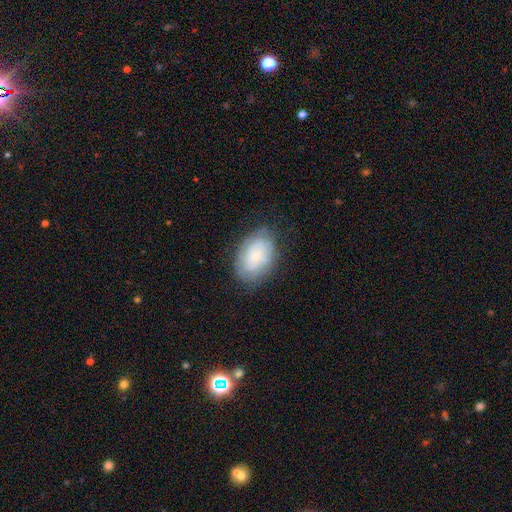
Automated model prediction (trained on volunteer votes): This is possibly a smooth galaxy (47%). Merging: likely none (71%).